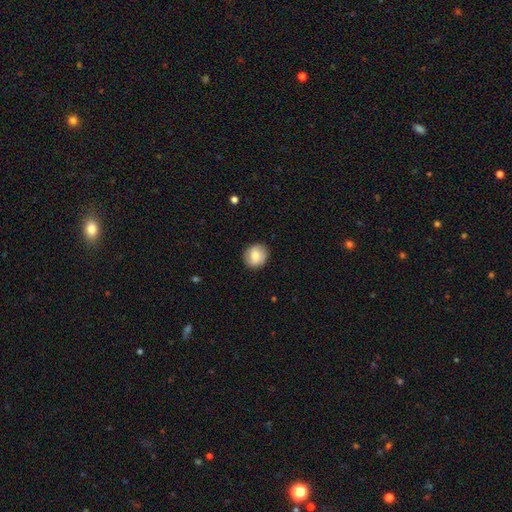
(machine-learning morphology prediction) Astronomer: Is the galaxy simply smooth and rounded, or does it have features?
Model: smooth — 73%.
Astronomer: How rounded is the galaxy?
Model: round — 83%.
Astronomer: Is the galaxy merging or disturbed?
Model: none — 87%.